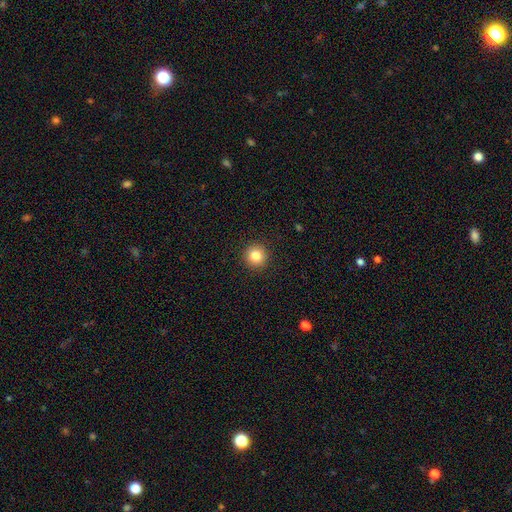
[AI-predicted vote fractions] A smooth galaxy with no disk features (83%) that is round (95%).

Vote fractions:
- Smooth or featured? smooth: 83% / star or artifact: 11% / featured or disk: 6%
- How rounded? round: 95% / in between: 4% / cigar-shaped: 1%
- Merging? none: 93% / minor disturbance: 5% / major disturbance: 2% / merger: 1%